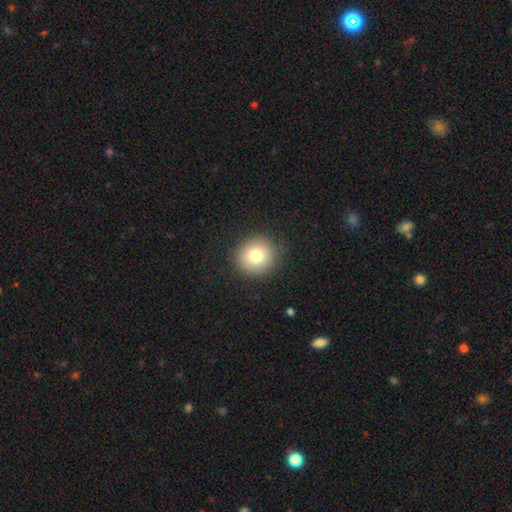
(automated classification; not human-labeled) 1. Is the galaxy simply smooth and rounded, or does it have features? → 79% smooth, 11% star or artifact, 10% featured or disk.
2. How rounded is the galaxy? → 90% round, 9% in between, 1% cigar-shaped.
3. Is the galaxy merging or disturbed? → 89% none, 7% minor disturbance, 3% major disturbance, 1% merger.